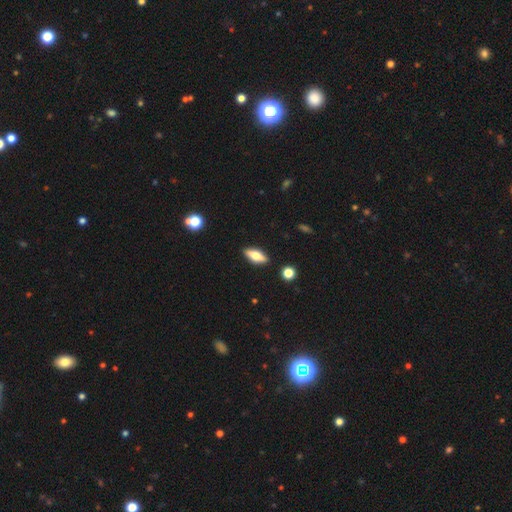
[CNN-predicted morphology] A smooth galaxy with no disk features (55%) that is in between round and cigar-shaped (67%). Merging: none (88%).